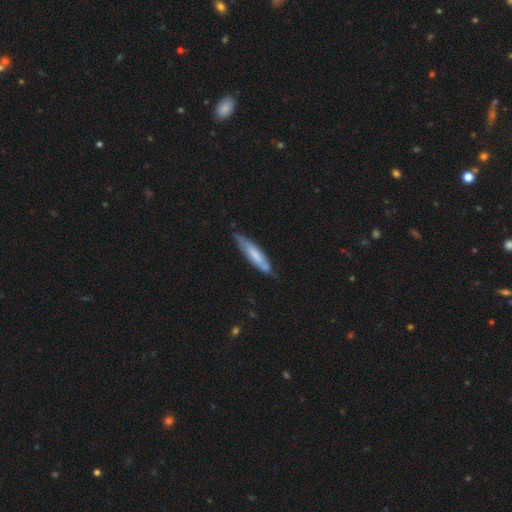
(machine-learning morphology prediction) smooth-or-featured: smooth: 57% | featured or disk: 38% | star or artifact: 5%
  how-rounded: cigar-shaped: 83% | in between: 16% | round: 1%
  merging: none: 66% | minor disturbance: 27% | major disturbance: 4% | merger: 3%